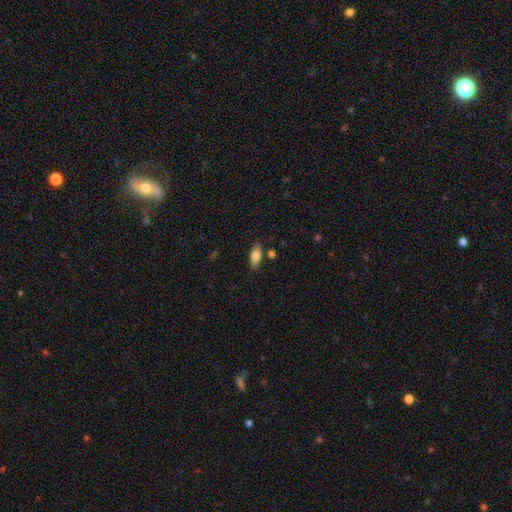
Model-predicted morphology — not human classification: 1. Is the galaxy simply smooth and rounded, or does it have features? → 82% smooth, 11% featured or disk, 7% star or artifact.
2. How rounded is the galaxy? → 84% in between, 14% cigar-shaped, 3% round.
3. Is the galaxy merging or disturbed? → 81% none, 12% minor disturbance, 4% merger, 3% major disturbance.